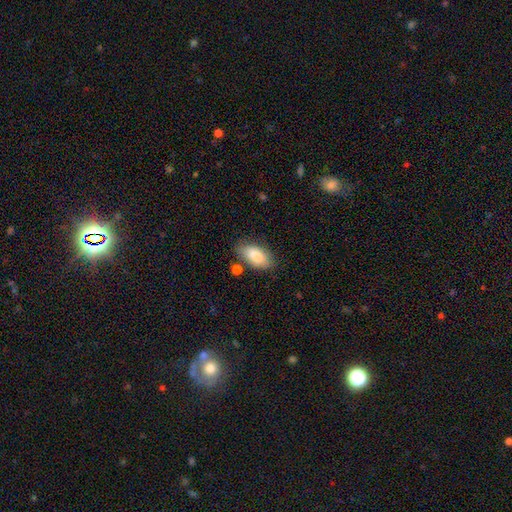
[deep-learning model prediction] smooth 83%, featured or disk 10%, star or artifact 6%. Down the decision tree: how rounded — in between (92%); merging — none (73%).